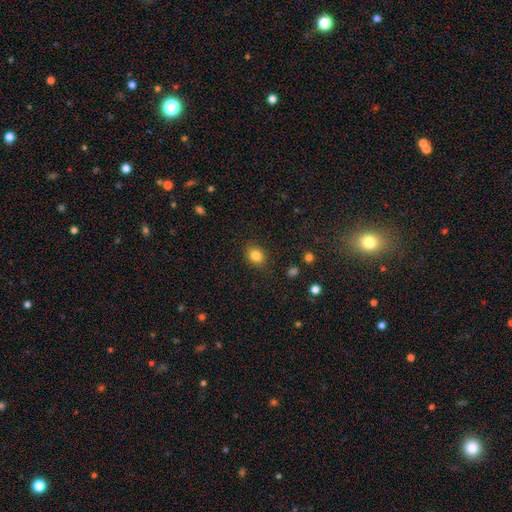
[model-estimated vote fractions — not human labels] smooth 83%, star or artifact 10%, featured or disk 6%. Down the decision tree: how rounded — round (51%); merging — none (87%).